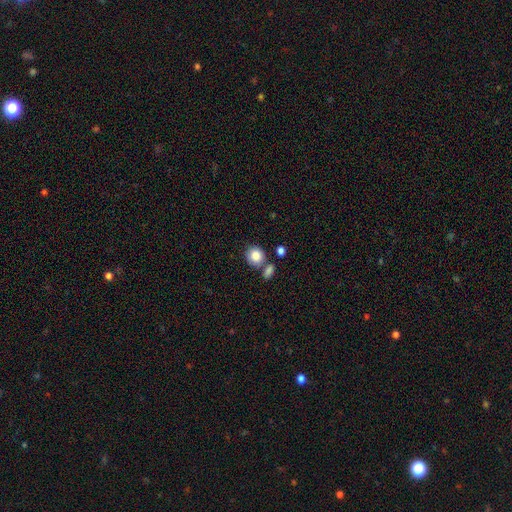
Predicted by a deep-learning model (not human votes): smooth-or-featured: smooth: 85% | star or artifact: 8% | featured or disk: 7%
  how-rounded: round: 78% | in between: 21% | cigar-shaped: 1%
  merging: none: 60% | merger: 24% | minor disturbance: 13% | major disturbance: 4%